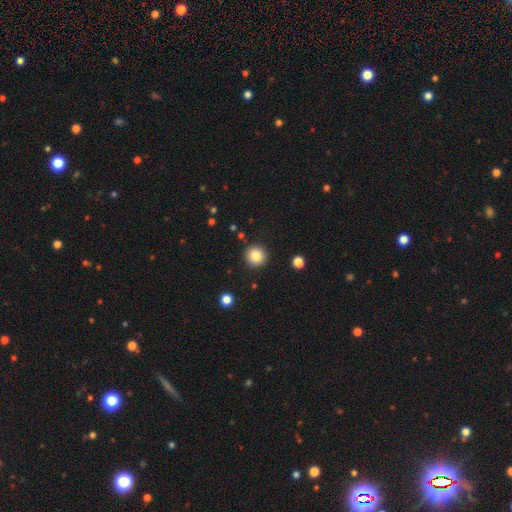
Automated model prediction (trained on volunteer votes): smooth_or_featured: smooth (p=0.84) [alt: star or artifact p=0.10]
how_rounded: round (p=0.95) [alt: in between p=0.04]
merging: none (p=0.91) [alt: minor disturbance p=0.06]